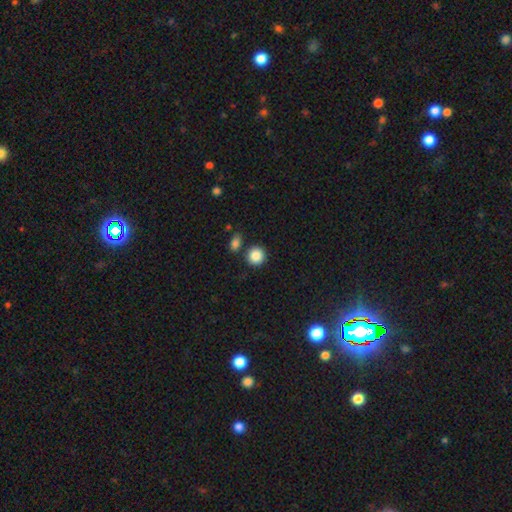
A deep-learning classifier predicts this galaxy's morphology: smooth_or_featured: smooth (p=0.87) [alt: star or artifact p=0.09]
how_rounded: round (p=0.89) [alt: in between p=0.09]
merging: none (p=0.81) [alt: minor disturbance p=0.09]